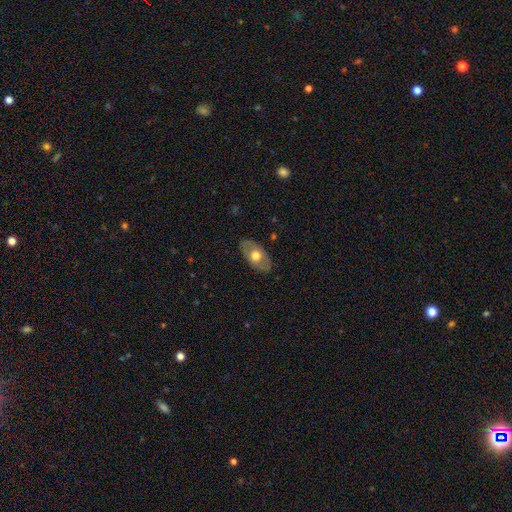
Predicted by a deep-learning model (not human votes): smooth-or-featured: smooth: 51% | featured or disk: 43% | star or artifact: 6%
  how-rounded: in between: 89% | round: 9% | cigar-shaped: 2%
  merging: none: 82% | minor disturbance: 14% | major disturbance: 3% | merger: 1%